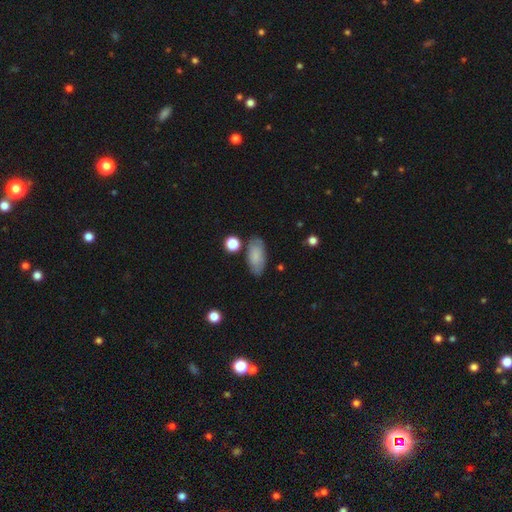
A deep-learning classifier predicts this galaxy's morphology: Smooth or featured: smooth — 77% (featured or disk — 15%)
How rounded: in between — 90% (cigar-shaped — 6%)
Merging: none — 77% (minor disturbance — 15%)